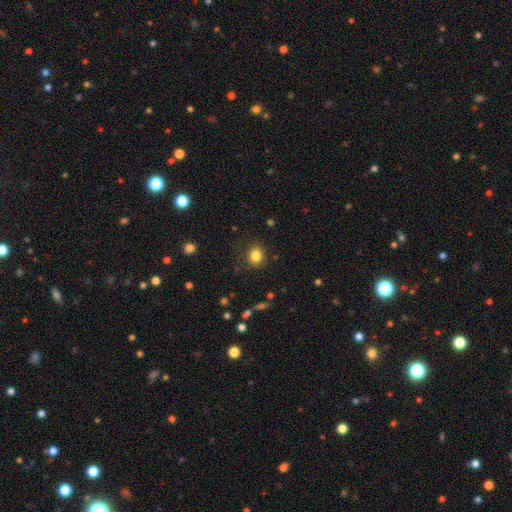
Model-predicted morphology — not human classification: type=smooth (83%); roundness=round (74%); merging=none (82%).